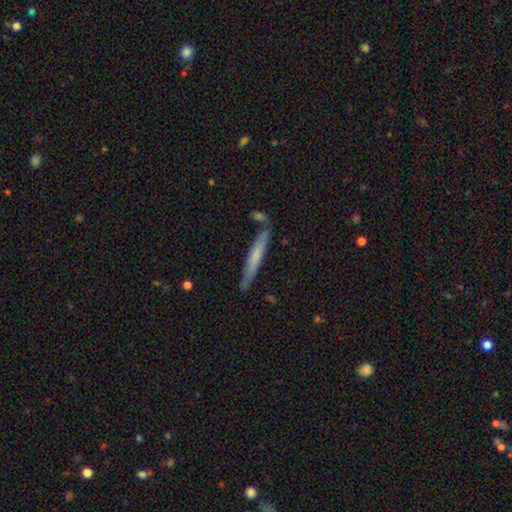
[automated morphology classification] smooth 57%, featured or disk 37%, star or artifact 6%. Down the decision tree: how rounded — cigar-shaped (95%); merging — none (81%).